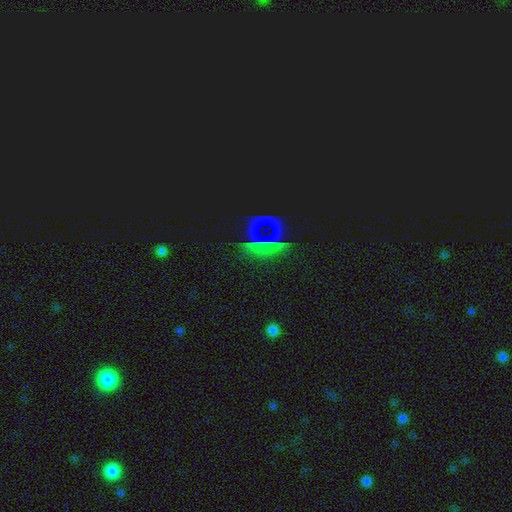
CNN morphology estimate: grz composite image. It shows a star or artifact, not a galaxy (69%).